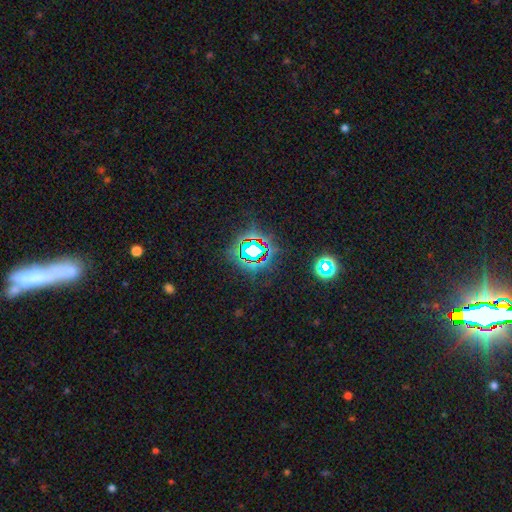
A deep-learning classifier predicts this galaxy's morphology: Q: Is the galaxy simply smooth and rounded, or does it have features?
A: star or artifact — 72%.